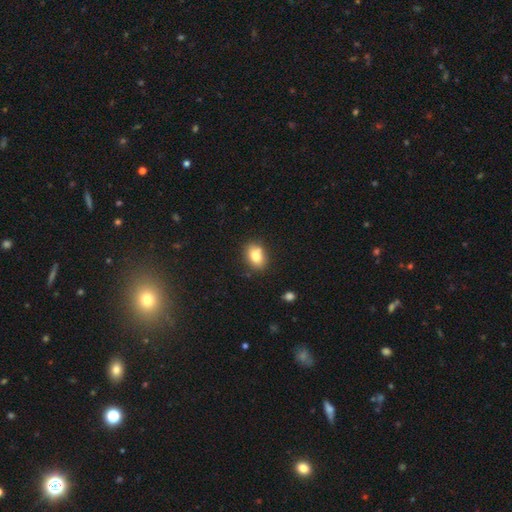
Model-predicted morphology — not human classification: Smooth or featured?
  - smooth: 80% *
  - featured or disk: 10%
  - star or artifact: 9%
How rounded?
  - in between: 72% *
  - round: 27%
  - cigar-shaped: 1%
Merging?
  - none: 75% *
  - minor disturbance: 14%
  - merger: 8%
  - major disturbance: 3%